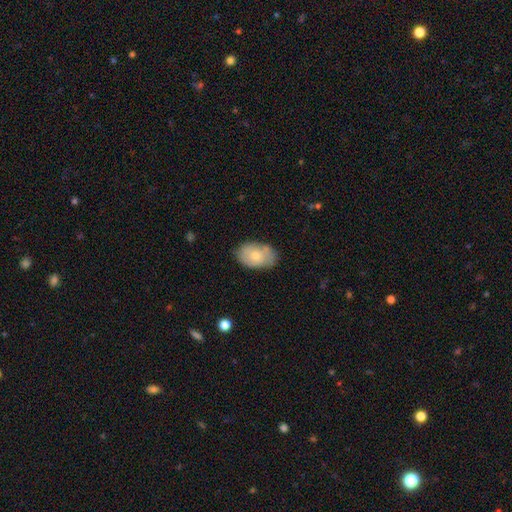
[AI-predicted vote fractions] Morphology: type=smooth (69%); roundness=in between (86%); merging=none (69%).